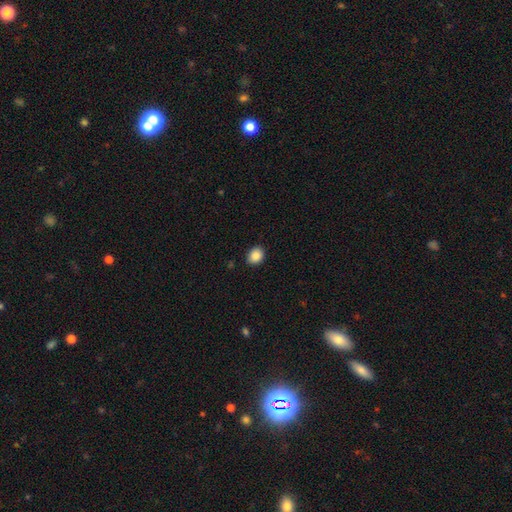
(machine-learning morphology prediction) smooth-or-featured: smooth: 88% | star or artifact: 9% | featured or disk: 3%
  how-rounded: round: 54% | in between: 45% | cigar-shaped: 1%
  merging: none: 89% | minor disturbance: 8% | major disturbance: 2% | merger: 1%